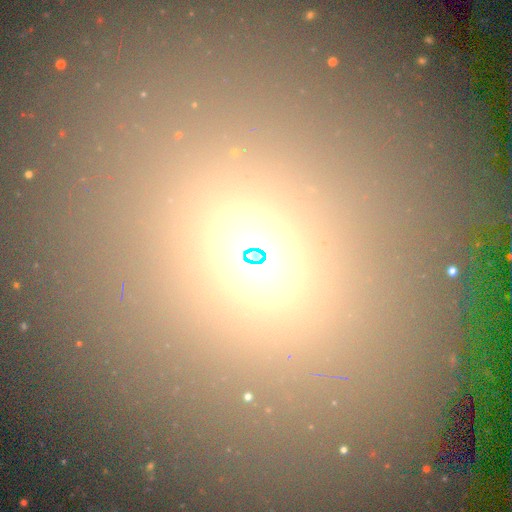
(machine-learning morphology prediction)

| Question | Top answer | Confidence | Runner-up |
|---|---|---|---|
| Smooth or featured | smooth | 55% | star or artifact (33%) |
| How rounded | round | 61% | in between (36%) |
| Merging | none | 78% | minor disturbance (9%) |